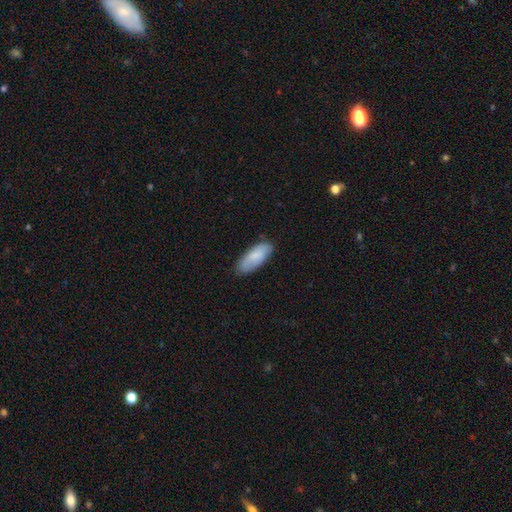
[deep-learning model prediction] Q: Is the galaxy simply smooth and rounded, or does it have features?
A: smooth — 84%.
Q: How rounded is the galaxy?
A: in between — 78%.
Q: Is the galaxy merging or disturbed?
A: none — 80%.